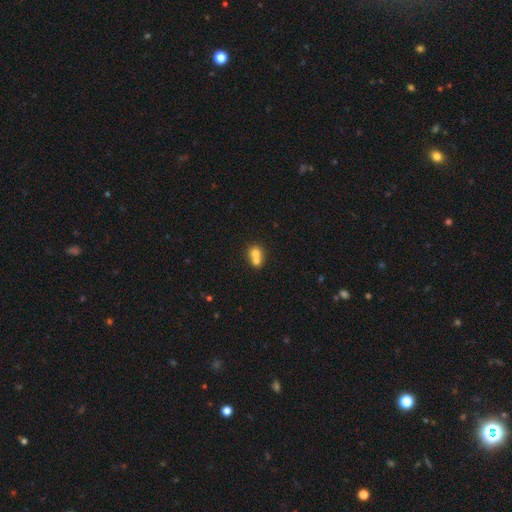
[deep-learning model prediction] Smooth or featured?
  - smooth: 71% *
  - featured or disk: 19%
  - star or artifact: 11%
How rounded?
  - round: 69% *
  - in between: 30%
  - cigar-shaped: 1%
Merging?
  - merger: 69% *
  - none: 24%
  - minor disturbance: 5%
  - major disturbance: 2%